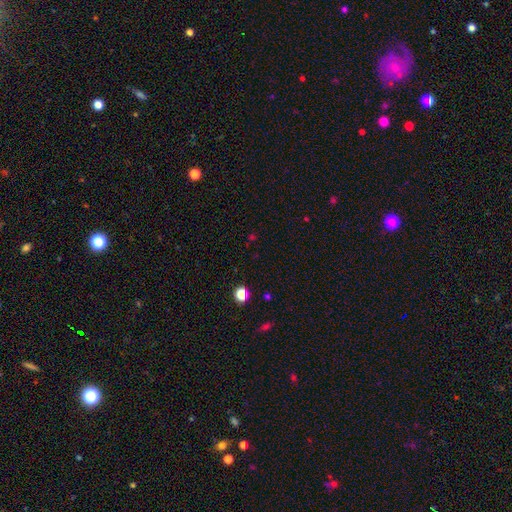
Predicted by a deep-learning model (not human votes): The model was most divided on "smooth or featured": star or artifact: 59%, smooth: 34%, featured or disk: 7%.